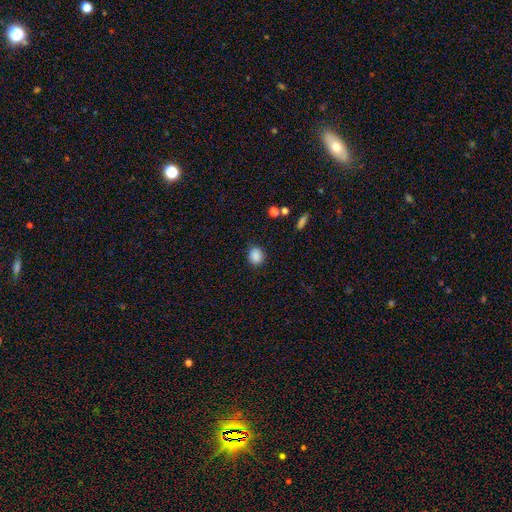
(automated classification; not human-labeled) Smooth or featured? smooth (88%)
How rounded? round (65%)
Merging? none (86%)